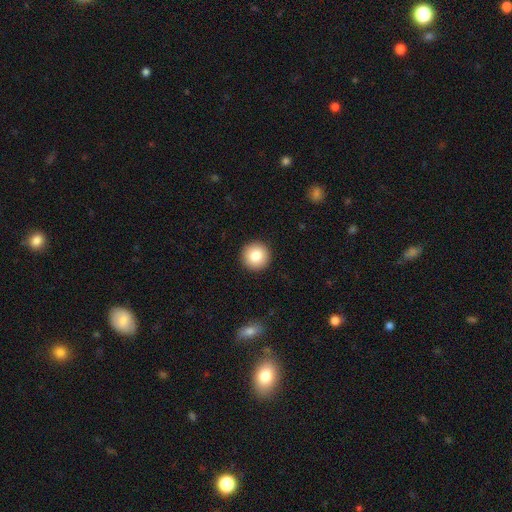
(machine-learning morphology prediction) The model was most divided on "smooth or featured": smooth: 84%, star or artifact: 8%, featured or disk: 7%. More confident: how rounded — round (96%); merging — none (93%).